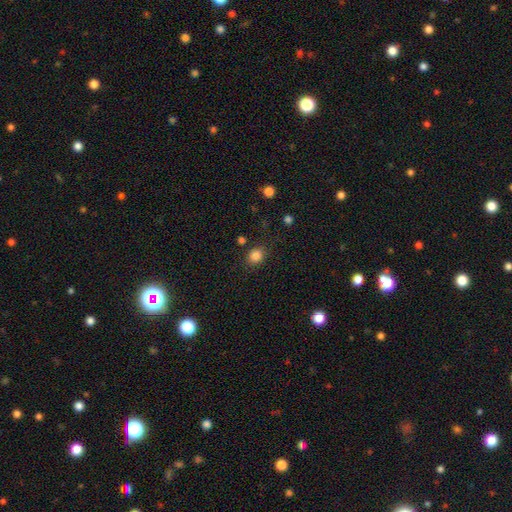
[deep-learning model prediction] smooth_or_featured: smooth (p=0.85) [alt: star or artifact p=0.11]
how_rounded: round (p=0.73) [alt: in between p=0.26]
merging: none (p=0.83) [alt: minor disturbance p=0.10]